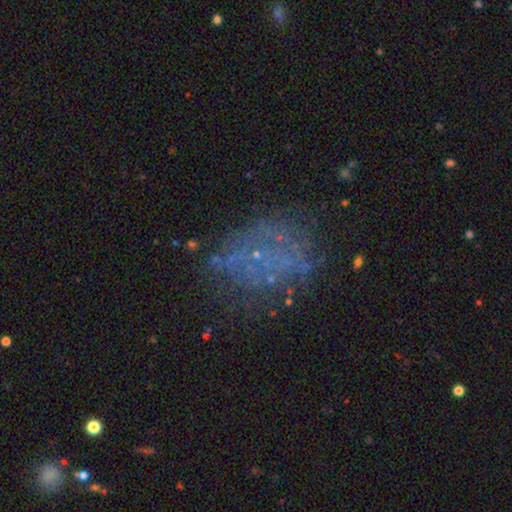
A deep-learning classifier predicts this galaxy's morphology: Smooth or featured: featured or disk — 42% (star or artifact — 30%)
Merging: none — 63% (minor disturbance — 17%)